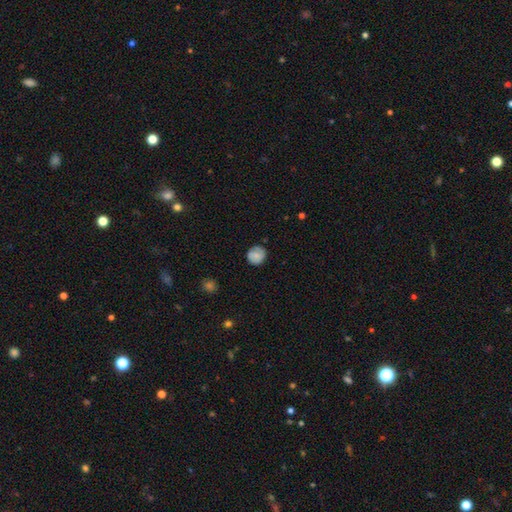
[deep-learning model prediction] This is likely a smooth galaxy (71%). How rounded: clearly round (86%). Merging: likely none (77%).